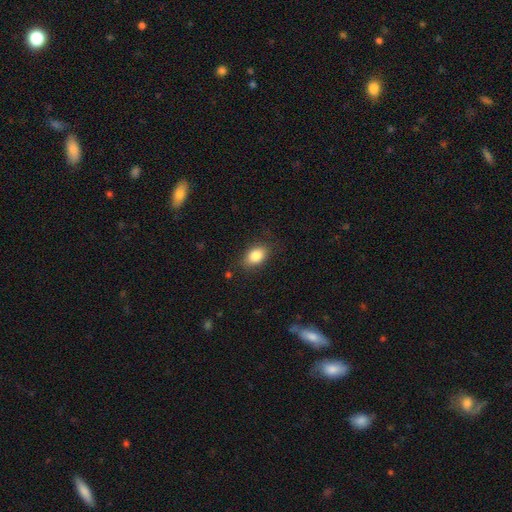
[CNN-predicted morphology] Smooth or featured? smooth (85%)
How rounded? in between (81%)
Merging? none (80%)